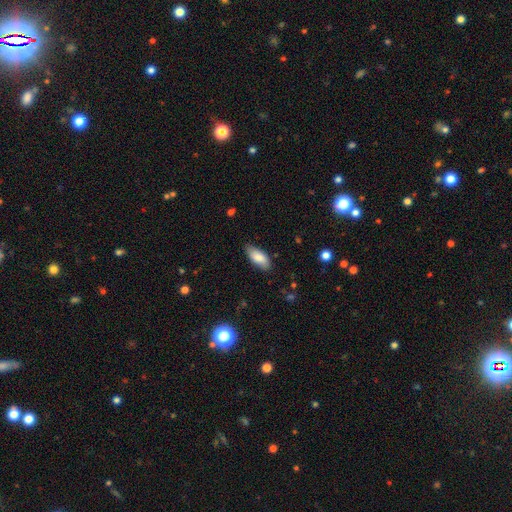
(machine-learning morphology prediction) A smooth galaxy with no disk features (80%) that is in between round and cigar-shaped (86%). Merging: none (80%).